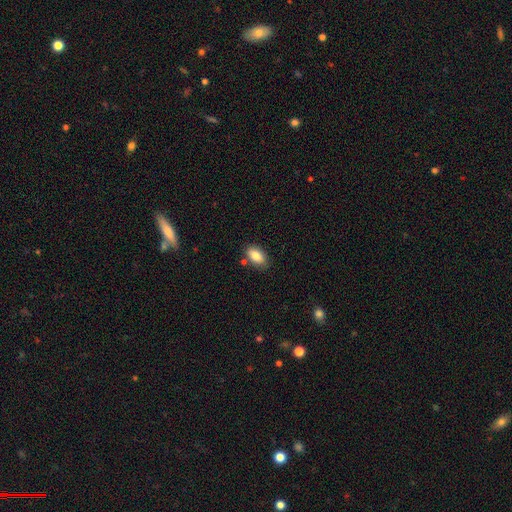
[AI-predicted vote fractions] smooth 84%, featured or disk 9%, star or artifact 7%. Down the decision tree: how rounded — in between (92%); merging — none (79%).